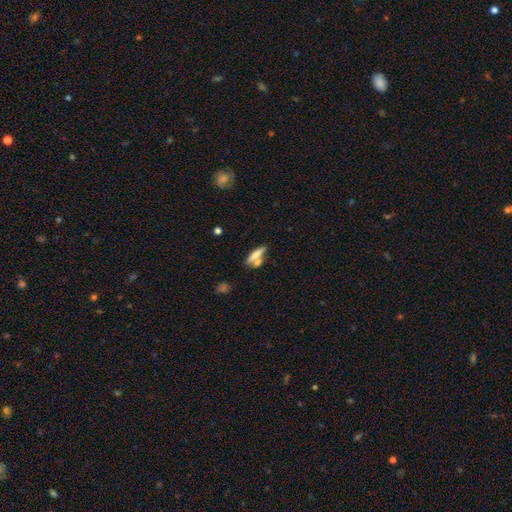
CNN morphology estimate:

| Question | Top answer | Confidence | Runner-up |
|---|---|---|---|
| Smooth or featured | smooth | 62% | featured or disk (30%) |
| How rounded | cigar-shaped | 62% | in between (34%) |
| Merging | none | 47% | merger (35%) |